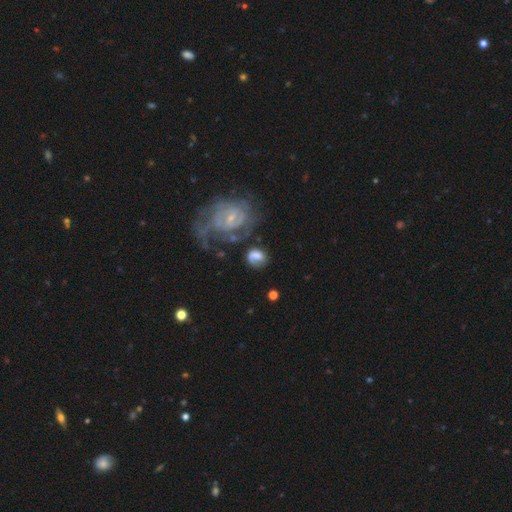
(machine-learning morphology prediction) Smooth or featured? featured or disk (46%, tied with smooth)
Merging? none (47%)